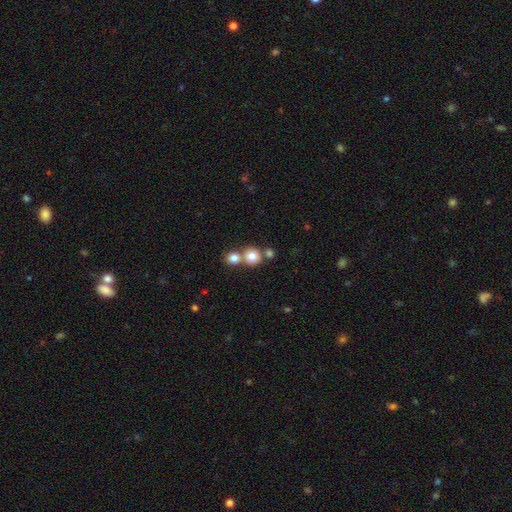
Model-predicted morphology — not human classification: Smooth or featured: smooth — 69% (star or artifact — 19%)
How rounded: round — 85% (in between — 14%)
Merging: none — 52% (merger — 38%)